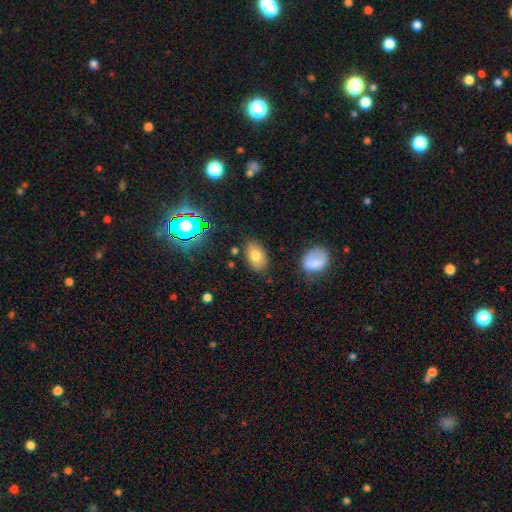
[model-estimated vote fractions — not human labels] This appears to be a smooth galaxy with no disk features (75%) that is in between round and cigar-shaped (88%). Merging: none (80%).